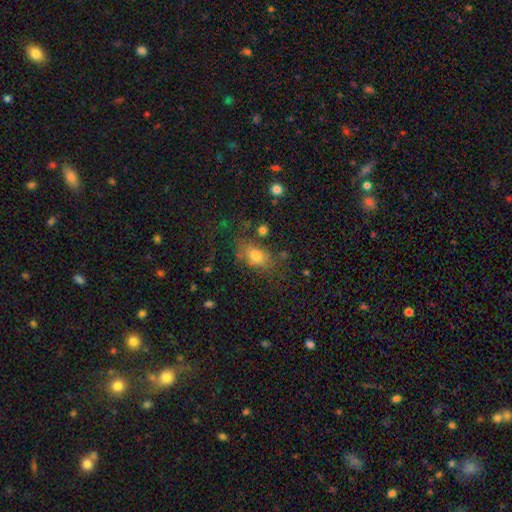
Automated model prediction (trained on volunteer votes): Morphology: type=smooth (72%); roundness=in between (75%); merging=none (67%).